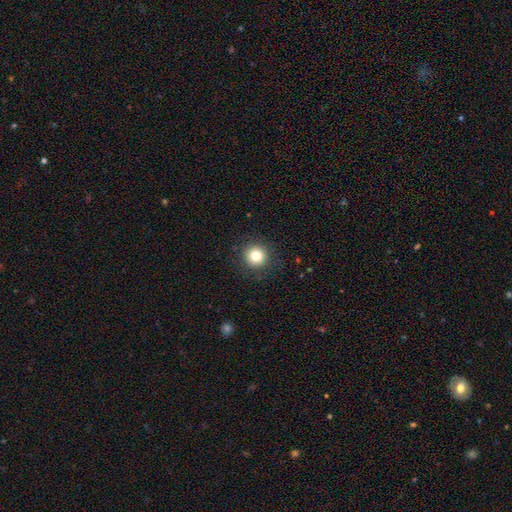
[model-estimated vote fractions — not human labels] This is clearly a smooth galaxy (83%). How rounded: clearly round (94%). Merging: clearly none (90%).